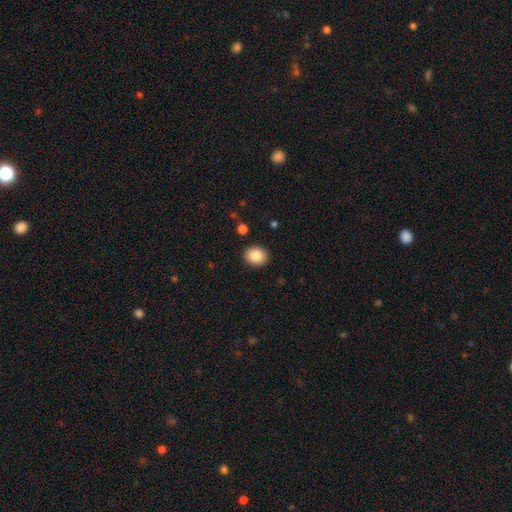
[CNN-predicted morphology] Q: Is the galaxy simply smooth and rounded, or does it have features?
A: smooth — 86%.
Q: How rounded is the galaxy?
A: round — 57%.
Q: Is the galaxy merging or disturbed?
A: none — 90%.